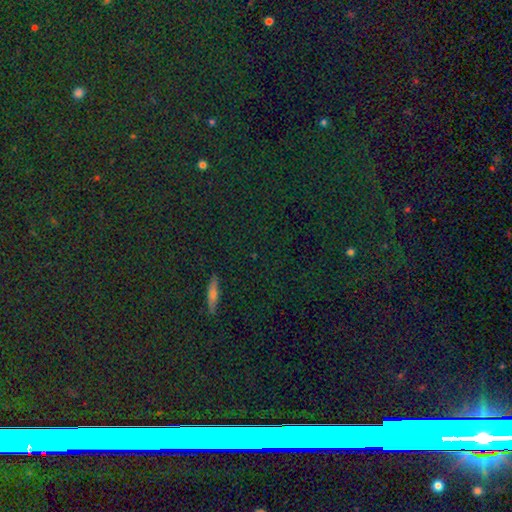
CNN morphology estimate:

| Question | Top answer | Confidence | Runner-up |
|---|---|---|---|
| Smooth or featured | star or artifact | 75% | smooth (14%) |